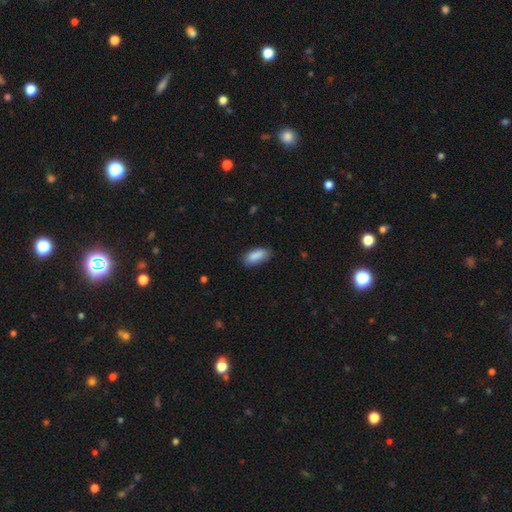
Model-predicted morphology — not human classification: type=smooth (88%); roundness=in between (85%); merging=none (78%).